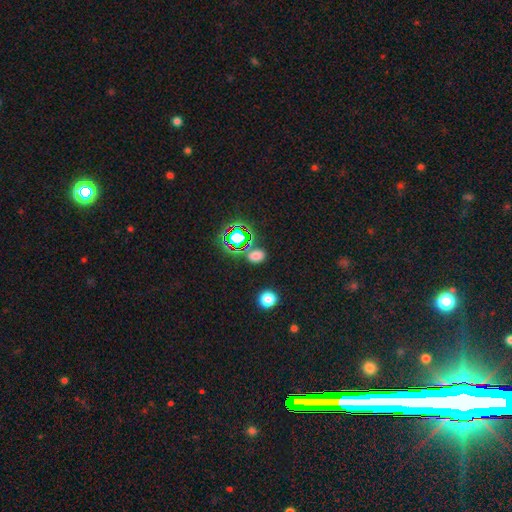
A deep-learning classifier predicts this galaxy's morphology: type=smooth (62%); roundness=in between (69%); merging=none (79%).